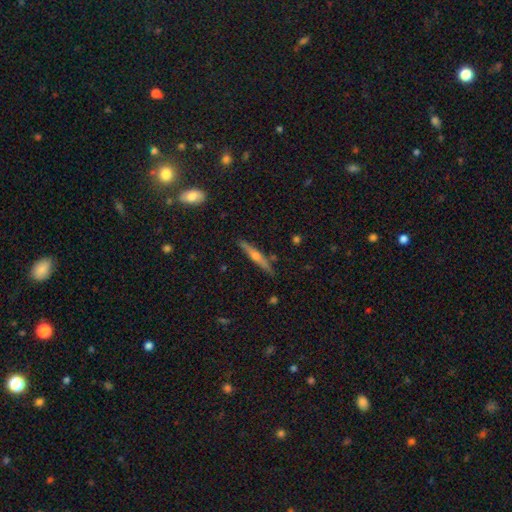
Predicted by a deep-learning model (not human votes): A featured or disk galaxy (68%) viewed edge-on (97%) with a rounded central bulge (87%).

Vote fractions:
- Smooth or featured? featured or disk: 68% / smooth: 26% / star or artifact: 7%
- Edge-on disk? yes: 97% / no: 3%
- Edge-on bulge? rounded: 87% / none: 9% / boxy: 4%
- Merging? none: 88% / minor disturbance: 9% / merger: 2% / major disturbance: 2%